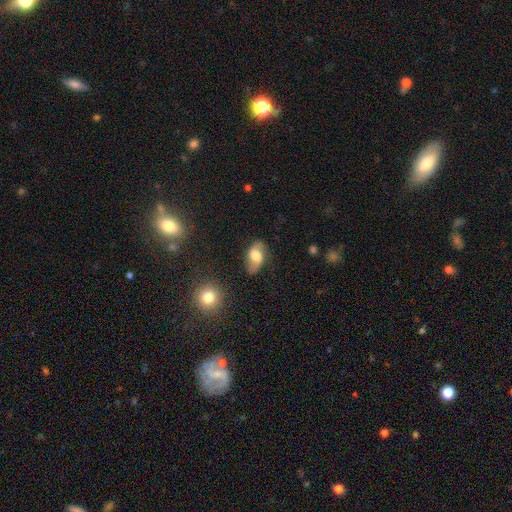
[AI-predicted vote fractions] featured or disk 52%, smooth 40%, star or artifact 8%. Down the decision tree: edge-on disk — no (93%); merging — none (72%).